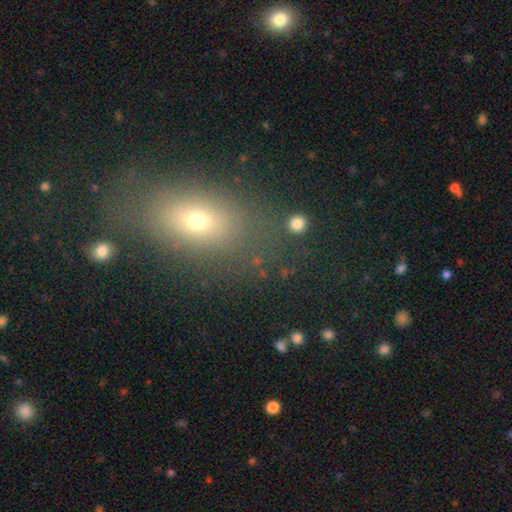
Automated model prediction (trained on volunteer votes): This appears to be a smooth galaxy with no disk features (62%) that is in between round and cigar-shaped (75%). Merging: none (78%).